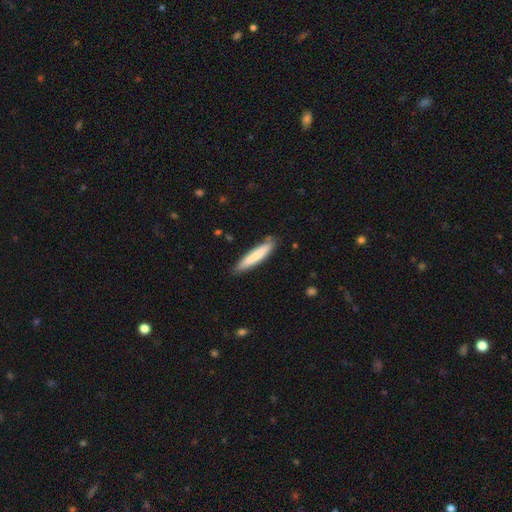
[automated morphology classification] This is likely a smooth galaxy (78%). How rounded: clearly cigar-shaped (89%). Merging: clearly none (84%).